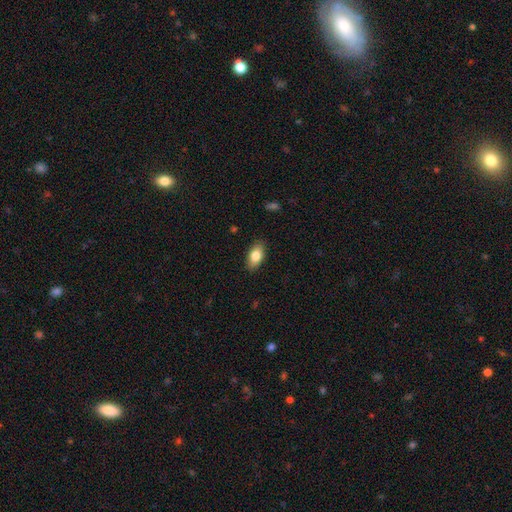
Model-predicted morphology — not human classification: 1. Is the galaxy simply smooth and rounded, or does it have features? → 83% smooth, 10% featured or disk, 7% star or artifact.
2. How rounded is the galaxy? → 91% in between, 4% cigar-shaped, 4% round.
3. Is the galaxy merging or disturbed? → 87% none, 10% minor disturbance, 2% major disturbance, 1% merger.